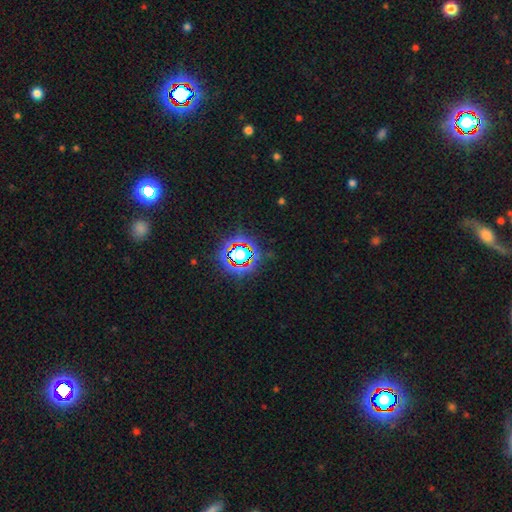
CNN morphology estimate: A star or artifact, not a galaxy (81%).

Vote fractions:
- Smooth or featured? star or artifact: 81% / smooth: 11% / featured or disk: 8%